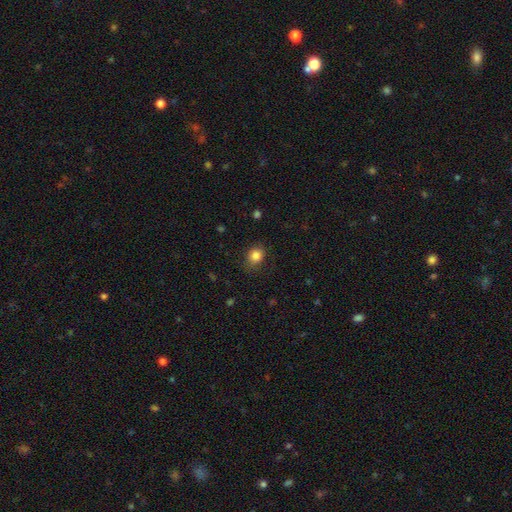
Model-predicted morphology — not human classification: This is clearly a smooth galaxy (84%). How rounded: likely round (63%). Merging: clearly none (82%).